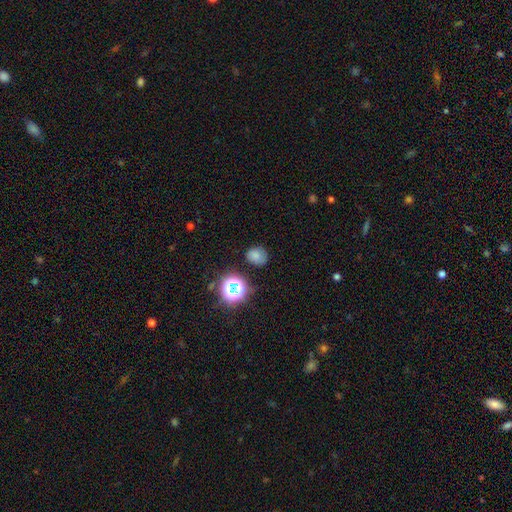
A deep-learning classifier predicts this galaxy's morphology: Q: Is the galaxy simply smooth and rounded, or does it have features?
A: smooth — 70%.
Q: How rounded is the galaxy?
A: round — 65%.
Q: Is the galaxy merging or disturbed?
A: none — 74%.